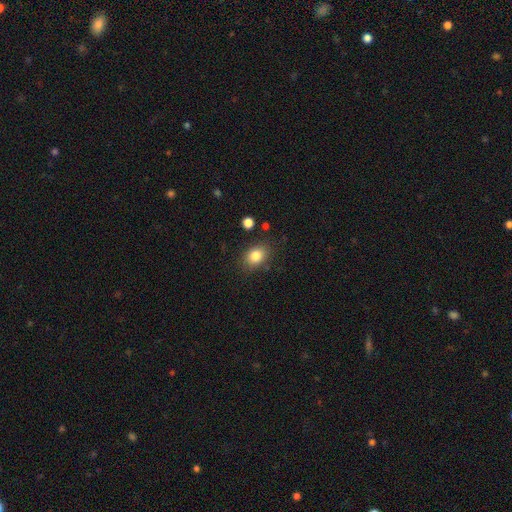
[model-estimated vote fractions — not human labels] A smooth galaxy with no disk features (83%) that is in between round and cigar-shaped (67%). Merging: none (82%).